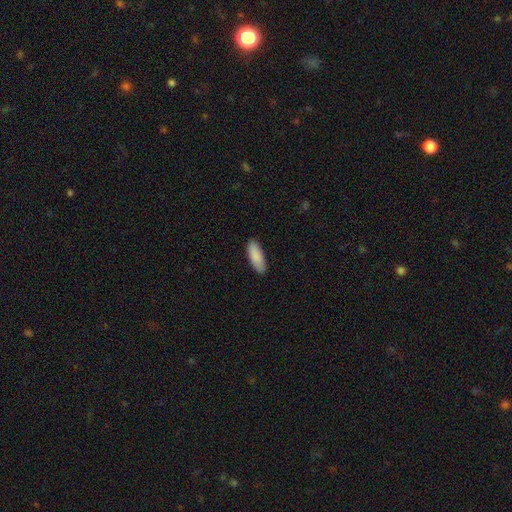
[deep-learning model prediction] A smooth galaxy with no disk features (90%) that is in between round and cigar-shaped (69%).

Vote fractions:
- Smooth or featured? smooth: 90% / star or artifact: 6% / featured or disk: 5%
- How rounded? in between: 69% / cigar-shaped: 29% / round: 2%
- Merging? none: 88% / minor disturbance: 9% / major disturbance: 2% / merger: 1%